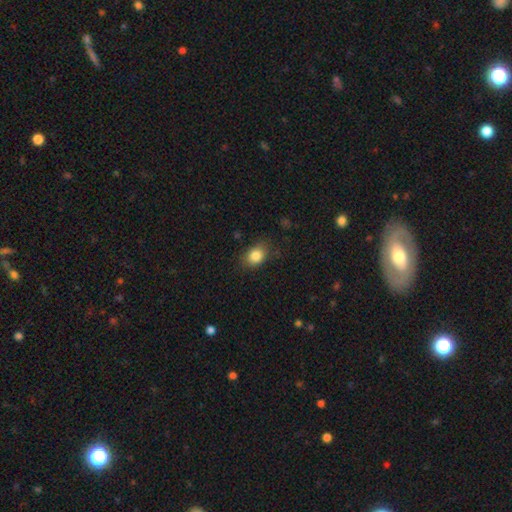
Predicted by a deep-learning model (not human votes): Overall: smooth (85%). How rounded: in between (64%; round 35%). Merging: none (78%).